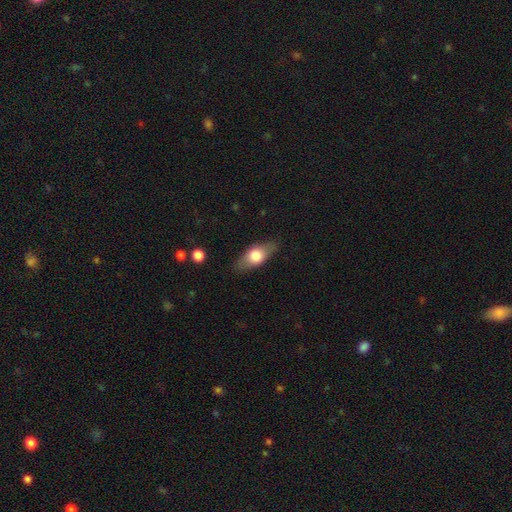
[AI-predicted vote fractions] A smooth galaxy with no disk features (65%) that is in between round and cigar-shaped (79%).

Vote fractions:
- Smooth or featured? smooth: 65% / featured or disk: 29% / star or artifact: 6%
- How rounded? in between: 79% / cigar-shaped: 14% / round: 6%
- Merging? none: 83% / minor disturbance: 13% / major disturbance: 3% / merger: 1%